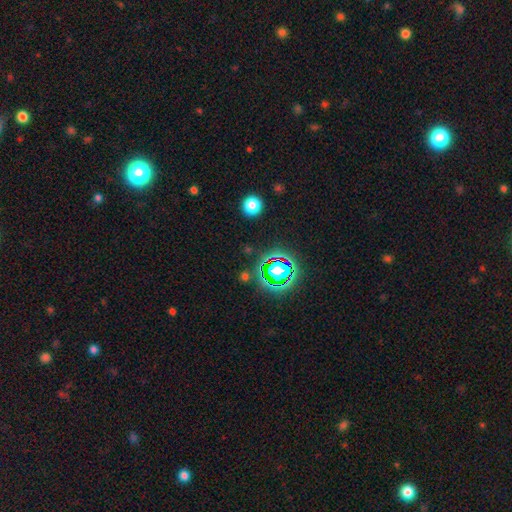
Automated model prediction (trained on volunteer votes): Q: Smooth or featured?
A: star or artifact (79%); runner-up: smooth (14%)